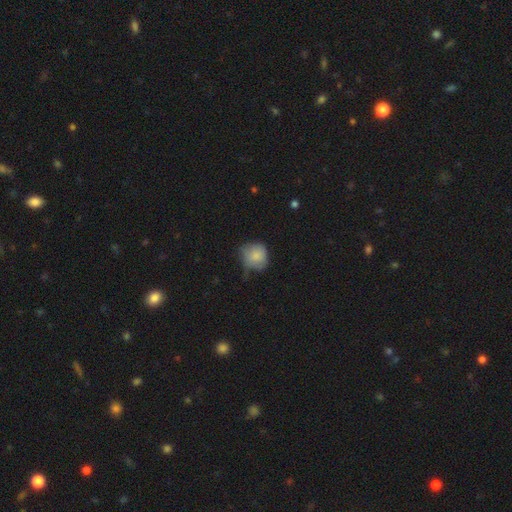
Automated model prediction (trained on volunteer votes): Morphology: type=smooth (80%); roundness=round (82%); merging=none (44%).